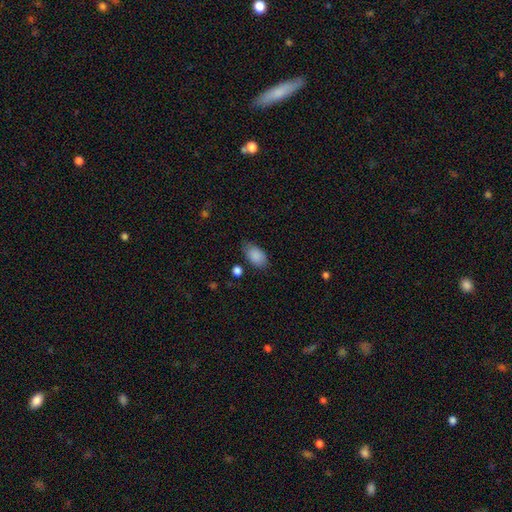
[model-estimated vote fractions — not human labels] A smooth galaxy with no disk features (88%) that is in between round and cigar-shaped (92%). Merging: none (73%).